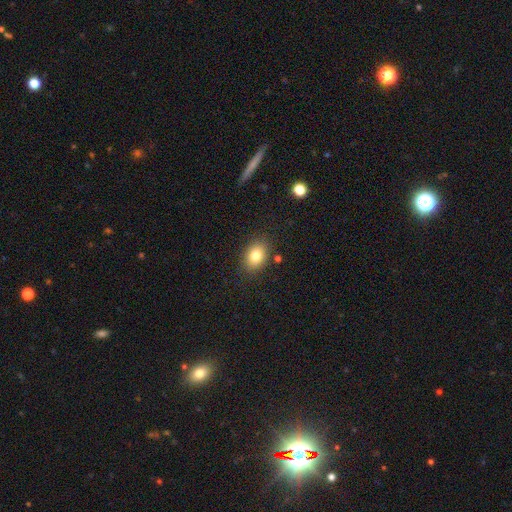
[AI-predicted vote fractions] Smooth or featured? Predicted: smooth (p=0.81). How rounded? Predicted: in between (p=0.72). Merging? Predicted: none (p=0.84).